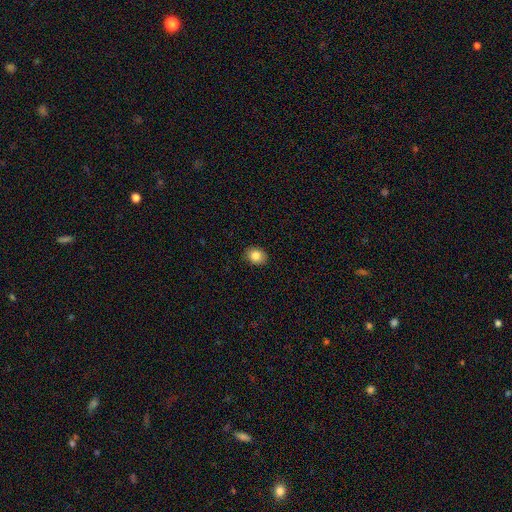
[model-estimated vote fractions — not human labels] A smooth galaxy with no disk features (83%) that is in between round and cigar-shaped (50%).

Vote fractions:
- Smooth or featured? smooth: 83% / star or artifact: 9% / featured or disk: 7%
- How rounded? in between: 50% / round: 49% / cigar-shaped: 1%
- Merging? none: 88% / minor disturbance: 9% / major disturbance: 2% / merger: 1%